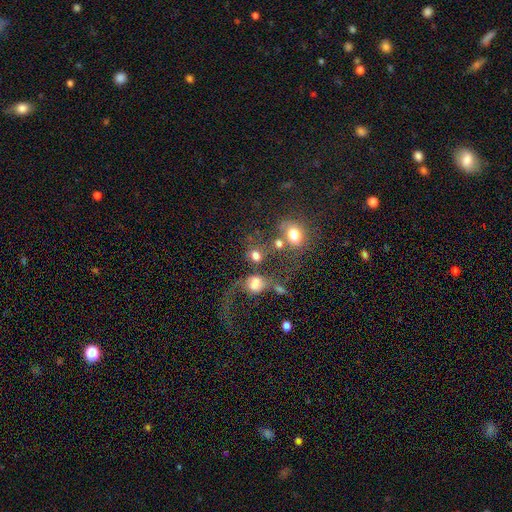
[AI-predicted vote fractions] This is likely a smooth galaxy (64%). How rounded: likely round (66%). Merging: marginally merger (39%).